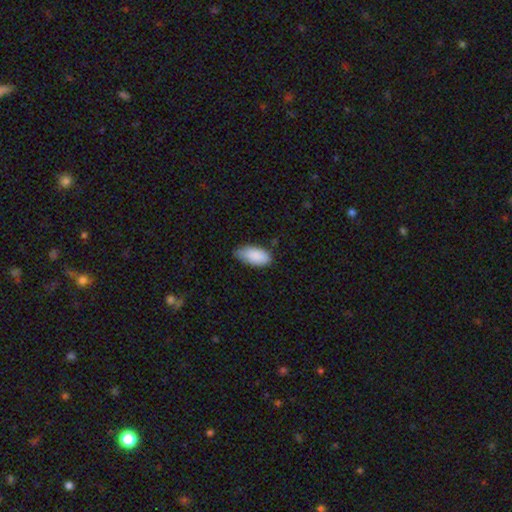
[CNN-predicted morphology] Smooth or featured?
  - smooth: 89% *
  - star or artifact: 6%
  - featured or disk: 5%
How rounded?
  - in between: 94% *
  - cigar-shaped: 4%
  - round: 2%
Merging?
  - none: 58% *
  - minor disturbance: 36%
  - major disturbance: 5%
  - merger: 2%